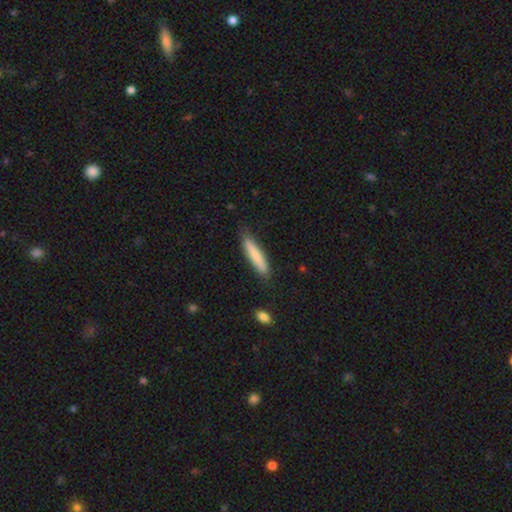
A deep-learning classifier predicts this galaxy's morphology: Smooth or featured?
  - smooth: 79% *
  - featured or disk: 16%
  - star or artifact: 6%
How rounded?
  - cigar-shaped: 88% *
  - in between: 10%
  - round: 1%
Merging?
  - none: 83% *
  - minor disturbance: 13%
  - major disturbance: 2%
  - merger: 2%